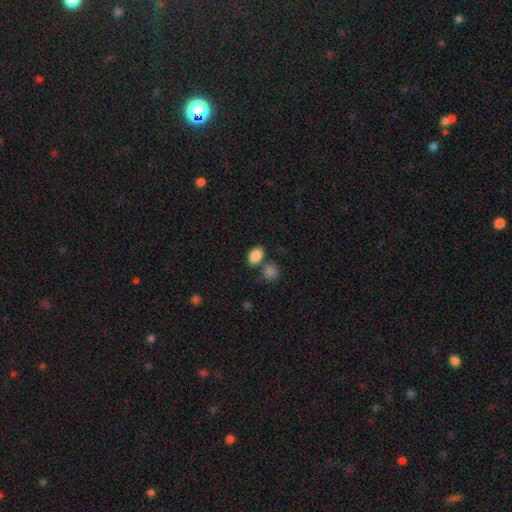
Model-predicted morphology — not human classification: This appears to be a smooth galaxy with no disk features (87%) that is in between round and cigar-shaped (80%). Merging: none (65%).